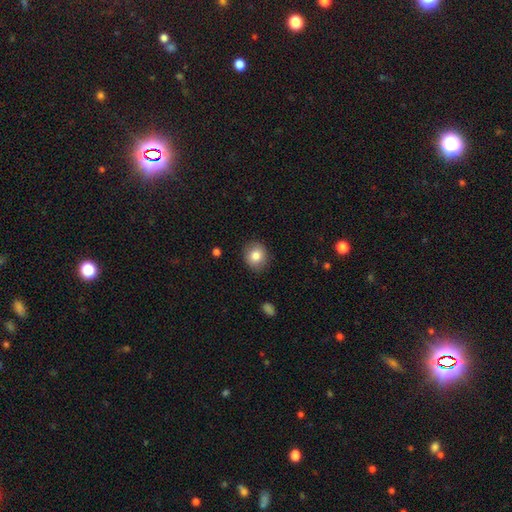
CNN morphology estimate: Smooth or featured? smooth (83%)
How rounded? round (78%)
Merging? none (87%)